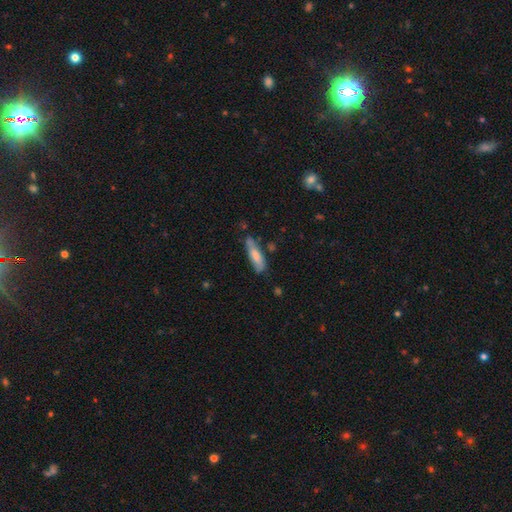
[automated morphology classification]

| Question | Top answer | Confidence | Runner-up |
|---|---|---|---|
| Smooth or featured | smooth | 71% | featured or disk (23%) |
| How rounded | cigar-shaped | 62% | in between (36%) |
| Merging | none | 62% | minor disturbance (26%) |